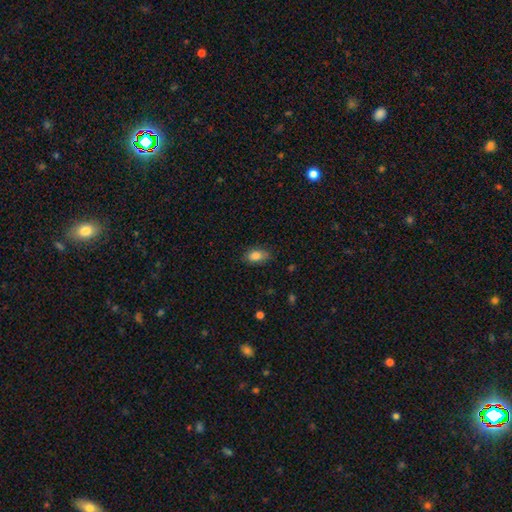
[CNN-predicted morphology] This is clearly a smooth galaxy (85%). How rounded: clearly in between (87%). Merging: likely none (77%).